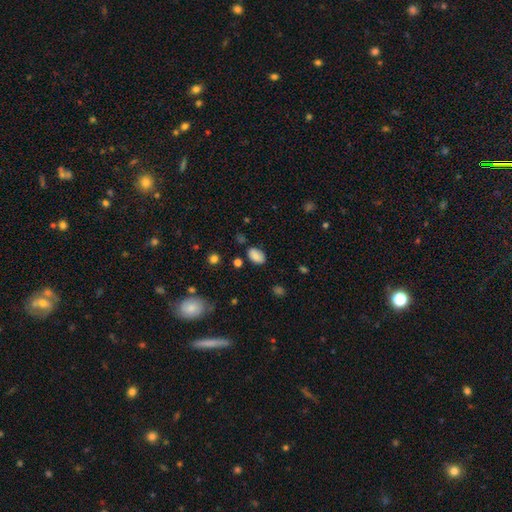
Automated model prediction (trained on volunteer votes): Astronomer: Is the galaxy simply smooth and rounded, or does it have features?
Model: smooth — 82%.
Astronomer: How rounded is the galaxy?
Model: in between — 91%.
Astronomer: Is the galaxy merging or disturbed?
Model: none — 75%.